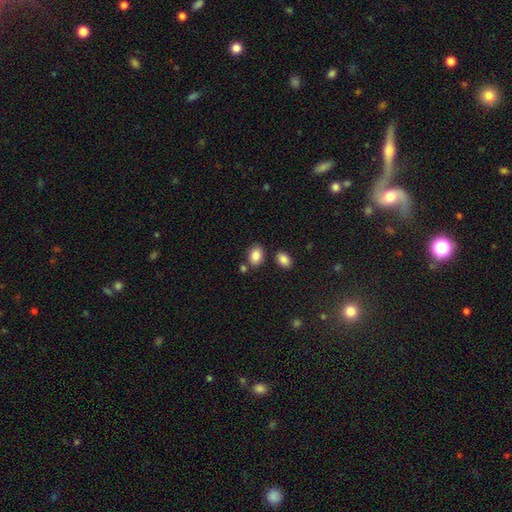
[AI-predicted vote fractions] This is clearly a smooth galaxy (87%). How rounded: likely in between (79%). Merging: likely none (75%).